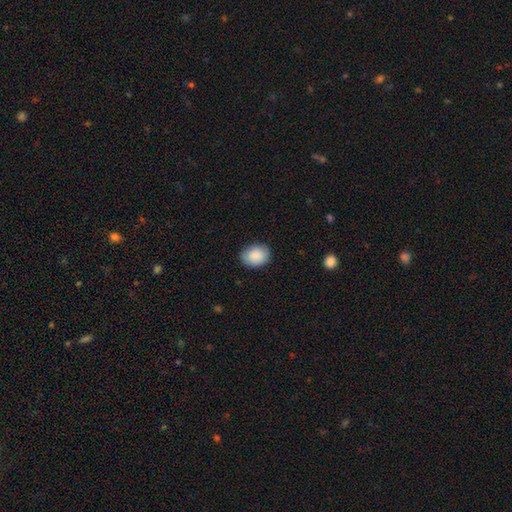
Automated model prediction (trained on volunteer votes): Smooth or featured? Predicted: smooth (p=0.88). How rounded? Predicted: in between (p=0.55). Merging? Predicted: none (p=0.83).